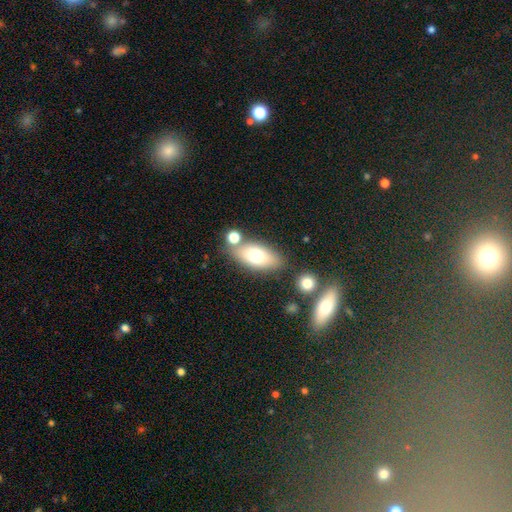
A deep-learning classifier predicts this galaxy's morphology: Q: Smooth or featured?
A: smooth (72%); runner-up: featured or disk (20%)
Q: How rounded?
A: in between (86%); runner-up: cigar-shaped (9%)
Q: Merging?
A: none (71%); runner-up: minor disturbance (13%)